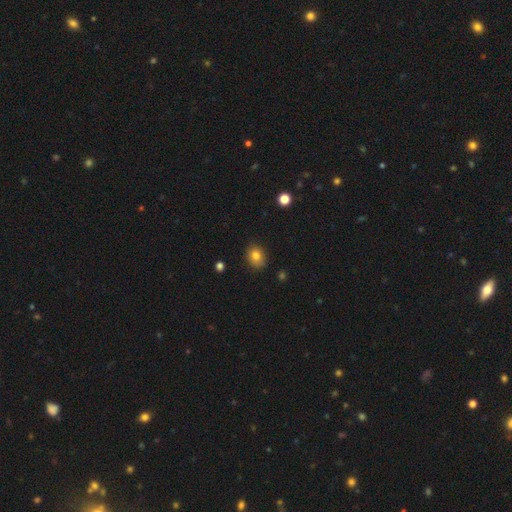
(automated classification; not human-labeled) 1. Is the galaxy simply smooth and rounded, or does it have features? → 81% smooth, 11% star or artifact, 7% featured or disk.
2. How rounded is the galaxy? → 55% round, 44% in between, 1% cigar-shaped.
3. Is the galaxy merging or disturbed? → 83% none, 13% minor disturbance, 2% major disturbance, 1% merger.